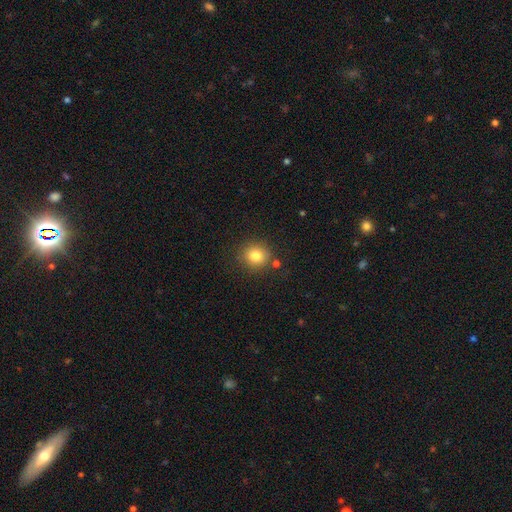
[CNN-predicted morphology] A smooth galaxy with no disk features (80%) that is round (86%).

Vote fractions:
- Smooth or featured? smooth: 80% / star or artifact: 12% / featured or disk: 8%
- How rounded? round: 86% / in between: 13% / cigar-shaped: 1%
- Merging? none: 82% / minor disturbance: 9% / merger: 5% / major disturbance: 3%